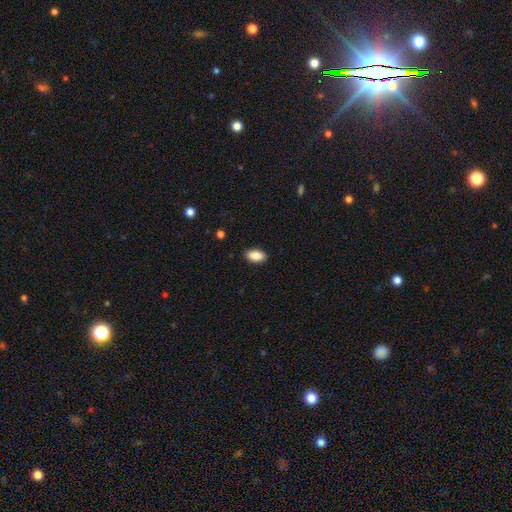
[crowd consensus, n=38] A smooth galaxy with no disk features (92%) that is in between round and cigar-shaped (100%).

Vote fractions:
- Smooth or featured? smooth: 92% / star or artifact: 5% / featured or disk: 3%
- How rounded? in between: 100% / round: 0% / cigar-shaped: 0%
- Merging? none: 97% / minor disturbance: 3% / major disturbance: 0% / merger: 0%